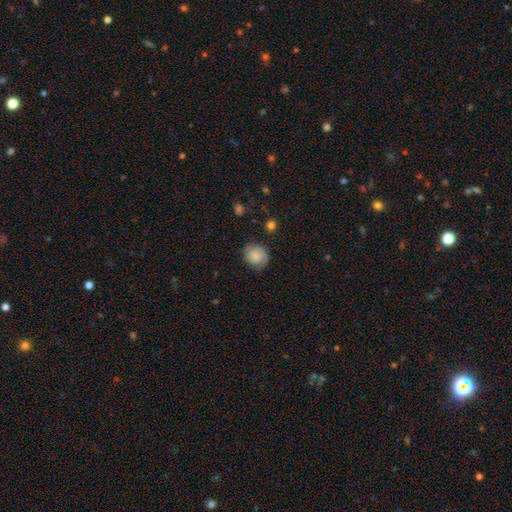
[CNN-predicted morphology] Smooth or featured: smooth — 68% (featured or disk — 24%)
How rounded: round — 73% (in between — 26%)
Merging: none — 75% (minor disturbance — 19%)